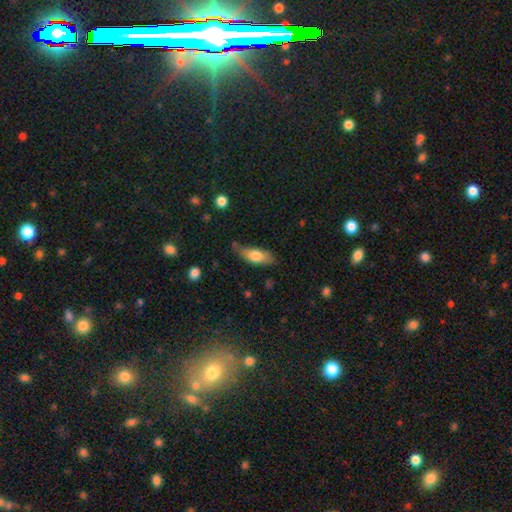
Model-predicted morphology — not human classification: A smooth galaxy with no disk features (68%) that is in between round and cigar-shaped (72%). Merging: none (66%).